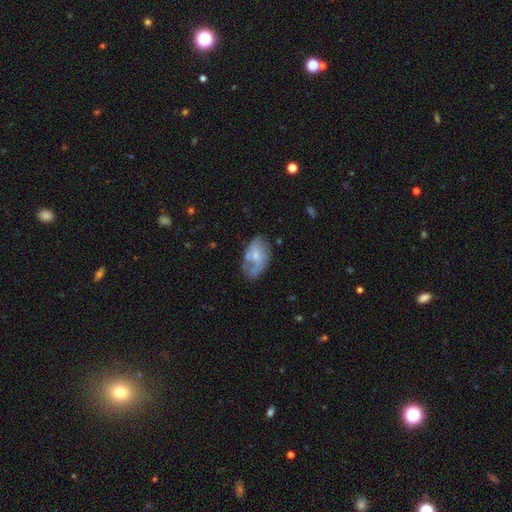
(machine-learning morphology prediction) Overall: featured or disk (52%; smooth 41%). Edge-on disk: no (95%). Merging: none (47%; minor disturbance 30%).